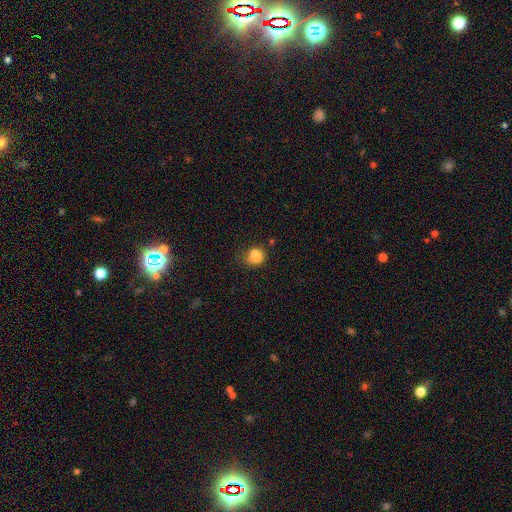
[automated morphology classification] A smooth galaxy with no disk features (79%) that is round (52%).

Vote fractions:
- Smooth or featured? smooth: 79% / star or artifact: 11% / featured or disk: 10%
- How rounded? round: 52% / in between: 47% / cigar-shaped: 1%
- Merging? none: 46% / minor disturbance: 26% / merger: 16% / major disturbance: 12%